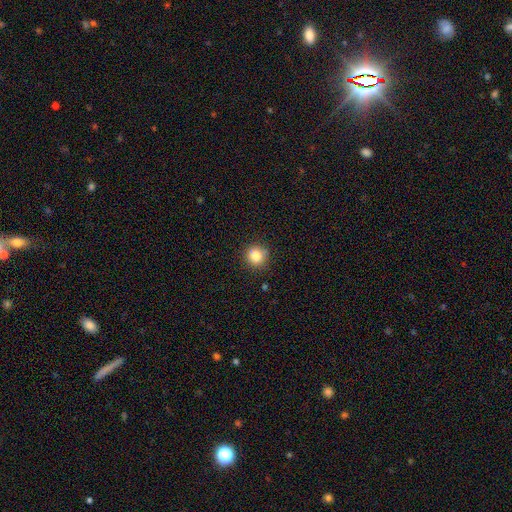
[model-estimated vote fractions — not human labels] This appears to be a smooth galaxy with no disk features (84%) that is round (90%). Merging: none (87%).